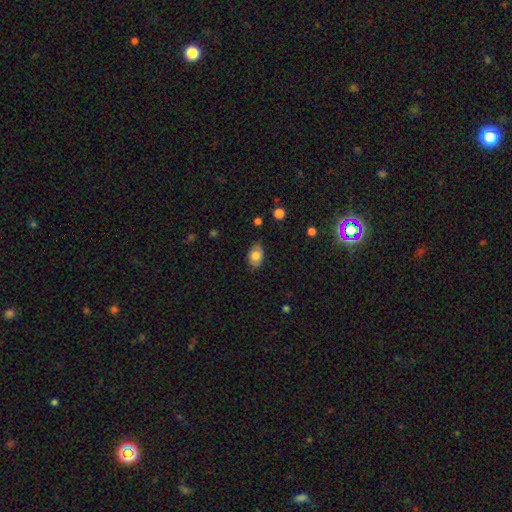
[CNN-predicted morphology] Smooth or featured: smooth — 76% (featured or disk — 16%)
How rounded: in between — 86% (round — 13%)
Merging: none — 82% (minor disturbance — 14%)